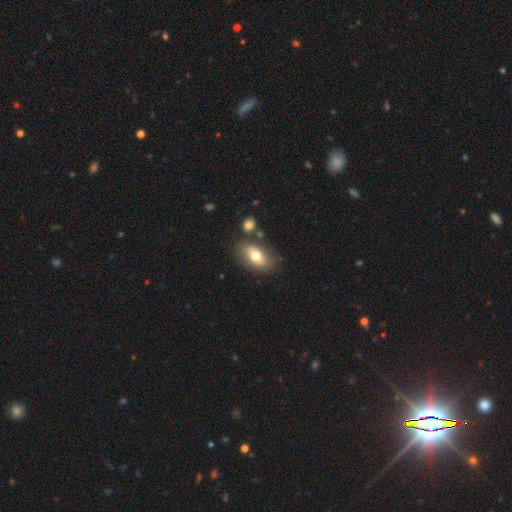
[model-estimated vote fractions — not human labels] Overall: smooth (69%). How rounded: in between (89%). Merging: none (75%).